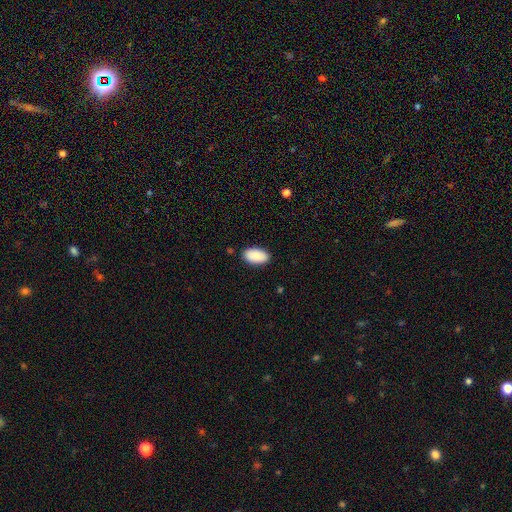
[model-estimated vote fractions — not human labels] A smooth galaxy with no disk features (90%) that is in between round and cigar-shaped (96%).

Vote fractions:
- Smooth or featured? smooth: 90% / star or artifact: 6% / featured or disk: 4%
- How rounded? in between: 96% / round: 3% / cigar-shaped: 2%
- Merging? none: 88% / minor disturbance: 9% / major disturbance: 2% / merger: 1%